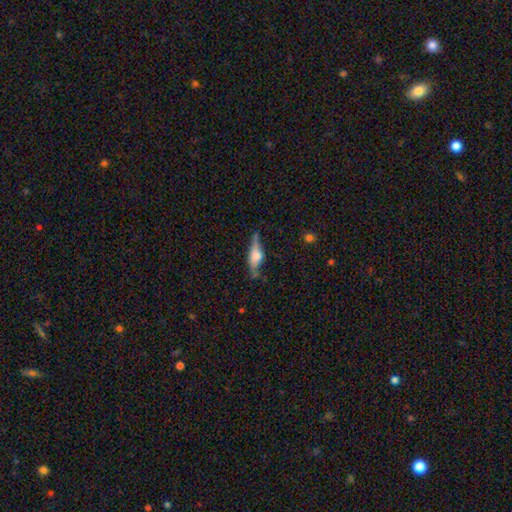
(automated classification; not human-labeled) A featured or disk galaxy (63%) viewed edge-on (94%) with a rounded central bulge (80%).

Vote fractions:
- Smooth or featured? featured or disk: 63% / smooth: 29% / star or artifact: 8%
- Edge-on disk? yes: 94% / no: 6%
- Edge-on bulge? rounded: 80% / boxy: 17% / none: 3%
- Merging? none: 73% / minor disturbance: 18% / major disturbance: 5% / merger: 3%